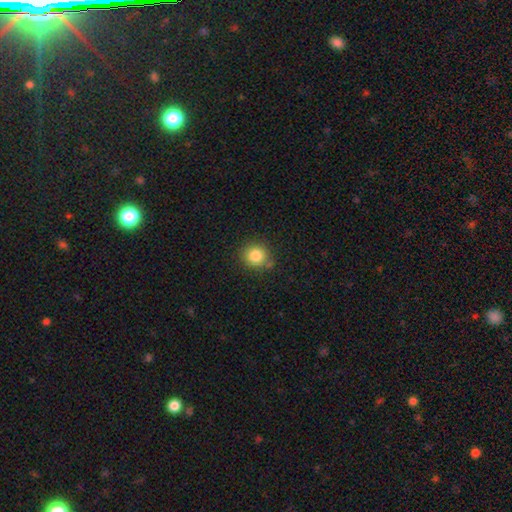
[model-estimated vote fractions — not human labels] The model was most divided on "merging": none: 81%, minor disturbance: 12%, merger: 4%, major disturbance: 3%. More confident: how rounded — round (88%); smooth or featured — smooth (83%).